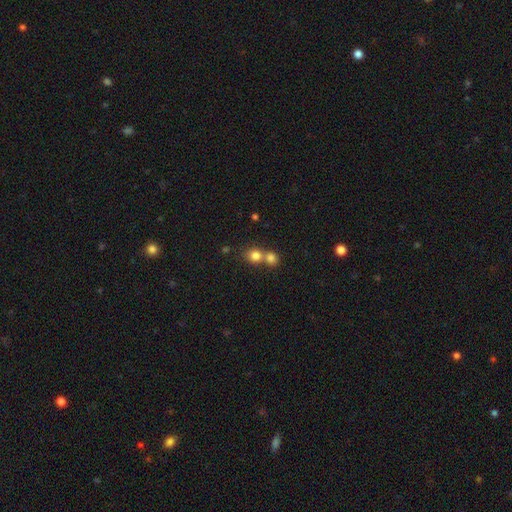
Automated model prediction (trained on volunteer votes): A smooth galaxy with no disk features (80%) that is round (81%). Merging: merger (53%).